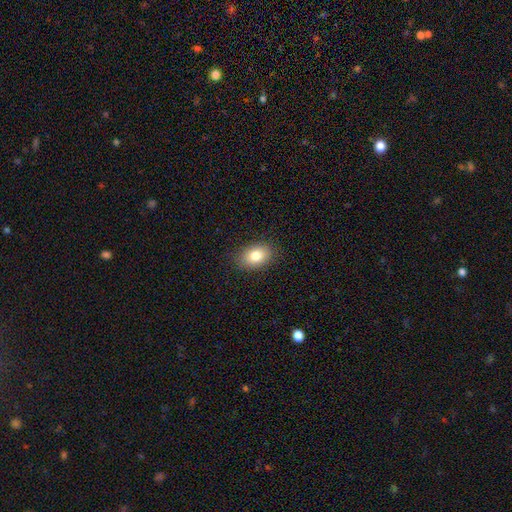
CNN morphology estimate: type=smooth (81%); roundness=in between (83%); merging=none (87%).